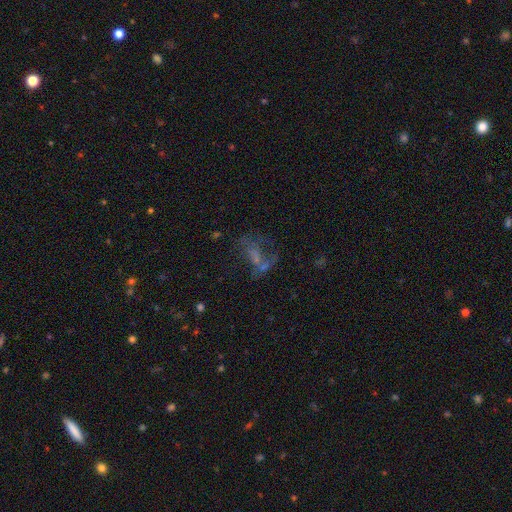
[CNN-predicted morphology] Smooth or featured? Predicted: featured or disk (p=0.46). Merging? Predicted: none (p=0.34).